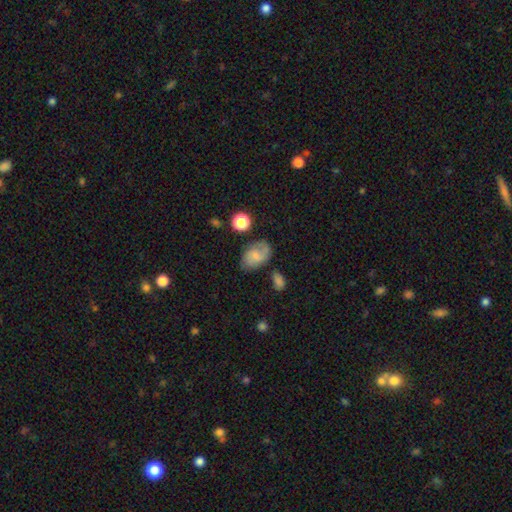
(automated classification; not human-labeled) A smooth galaxy with no disk features (50%) that is in between round and cigar-shaped (82%).

Vote fractions:
- Smooth or featured? smooth: 50% / featured or disk: 40% / star or artifact: 10%
- How rounded? in between: 82% / round: 17% / cigar-shaped: 1%
- Merging? none: 65% / minor disturbance: 22% / major disturbance: 8% / merger: 5%